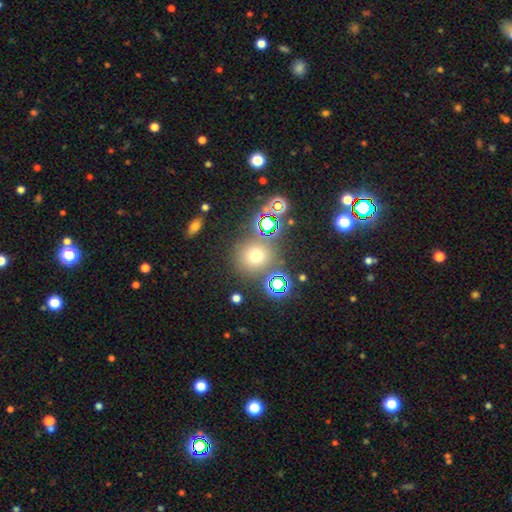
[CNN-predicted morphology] A smooth galaxy with no disk features (59%) that is round (90%). Merging: none (79%).